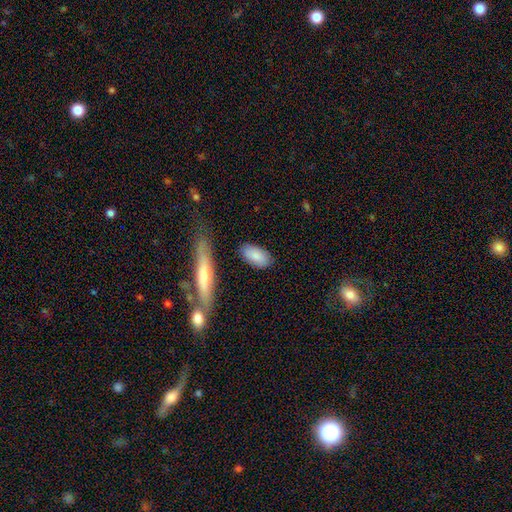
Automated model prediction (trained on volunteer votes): Q: Smooth or featured?
A: smooth (83%); runner-up: featured or disk (11%)
Q: How rounded?
A: in between (88%); runner-up: cigar-shaped (9%)
Q: Merging?
A: none (79%); runner-up: minor disturbance (13%)